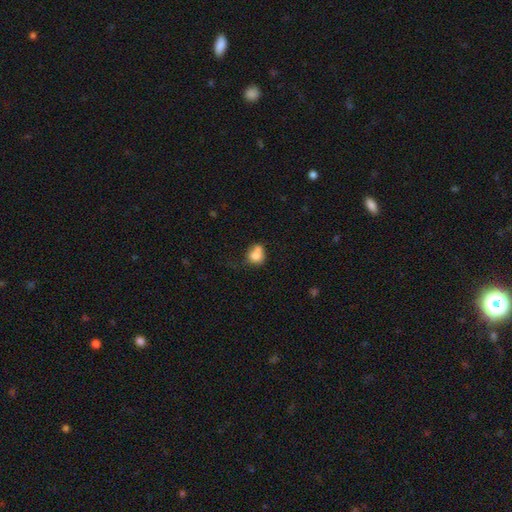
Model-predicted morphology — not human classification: smooth-or-featured: smooth: 75% | featured or disk: 14% | star or artifact: 10%
  how-rounded: round: 63% | in between: 36% | cigar-shaped: 1%
  merging: merger: 41% | none: 32% | minor disturbance: 17% | major disturbance: 10%